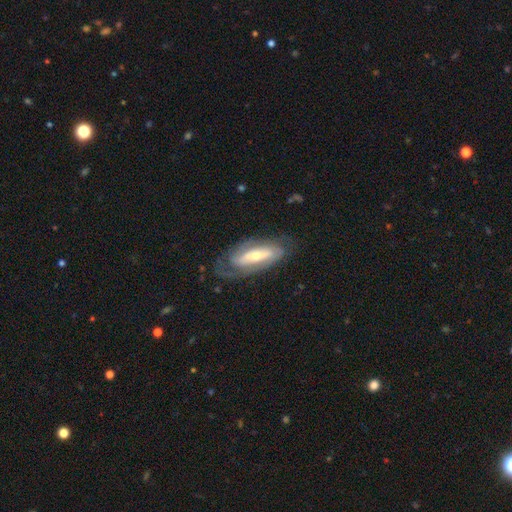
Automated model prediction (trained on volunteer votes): A featured or disk galaxy (76%) with a strong bar (41%), 2 (60%) tight (55%) spiral arms (83%) and a small central bulge (50%). Merging: none (70%).